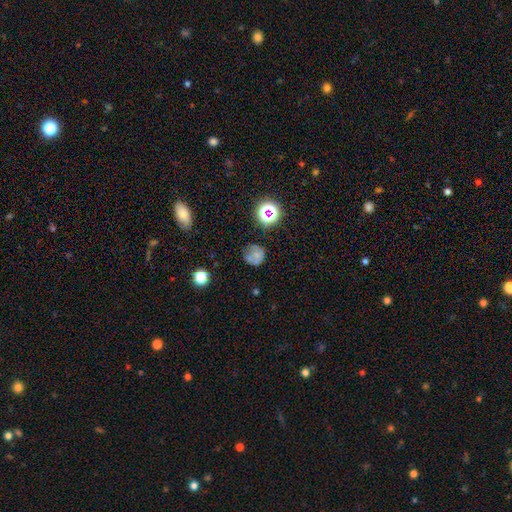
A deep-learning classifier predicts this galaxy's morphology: smooth_or_featured: smooth (p=0.53) [alt: featured or disk p=0.26]
how_rounded: round (p=0.81) [alt: in between p=0.18]
merging: none (p=0.52) [alt: minor disturbance p=0.23]